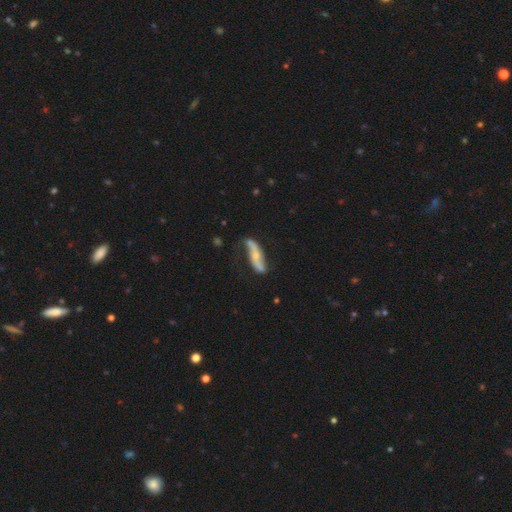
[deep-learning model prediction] The model was most divided on "bulge size": small: 54%, moderate: 34%, none: 8%, large: 3%, dominant: 1%. More confident: spiral arm count — 2 (90%); spiral arms — yes (90%); spiral winding — loose (80%); edge-on disk — no (79%); smooth or featured — featured or disk (72%); merging — none (63%); bar — no (54%).